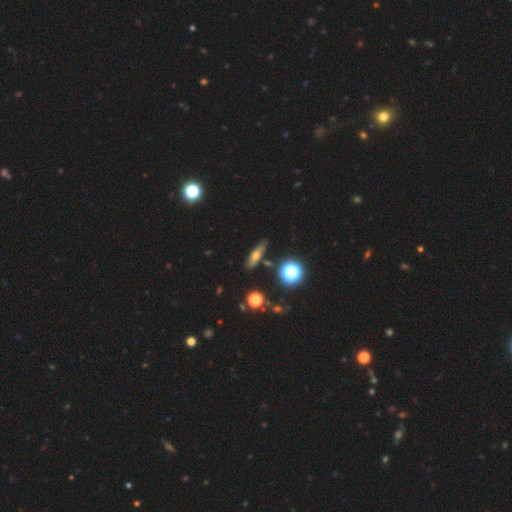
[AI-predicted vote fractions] A smooth galaxy with no disk features (51%) that is cigar-shaped (54%).

Vote fractions:
- Smooth or featured? smooth: 51% / featured or disk: 33% / star or artifact: 16%
- How rounded? cigar-shaped: 54% / in between: 35% / round: 11%
- Merging? none: 82% / minor disturbance: 12% / merger: 3% / major disturbance: 3%